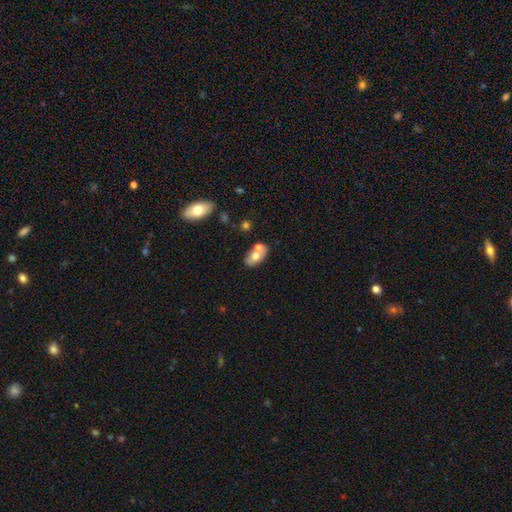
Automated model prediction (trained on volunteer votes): A smooth galaxy with no disk features (65%) that is in between round and cigar-shaped (87%).

Vote fractions:
- Smooth or featured? smooth: 65% / featured or disk: 27% / star or artifact: 8%
- How rounded? in between: 87% / round: 11% / cigar-shaped: 2%
- Merging? none: 42% (tied) / merger: 42% (tied) / minor disturbance: 12% / major disturbance: 4%